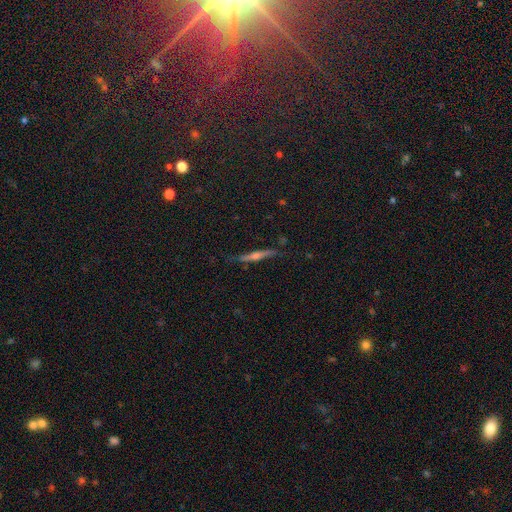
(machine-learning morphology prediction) This is likely a featured or disk galaxy (68%). It is clearly viewed edge-on (96%). Edge-on bulge: likely rounded (78%). Merging: clearly none (84%).